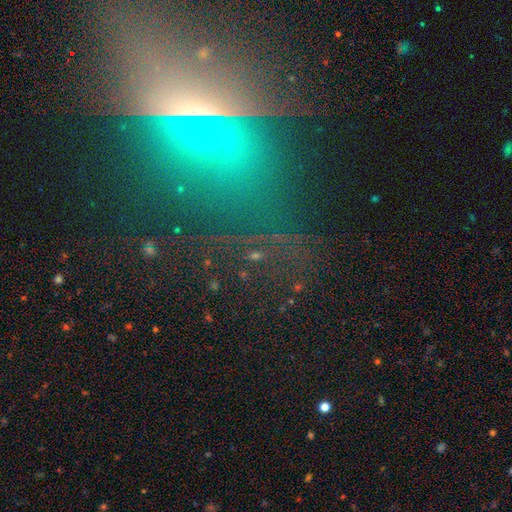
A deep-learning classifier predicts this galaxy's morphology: Overall: star or artifact (68%).